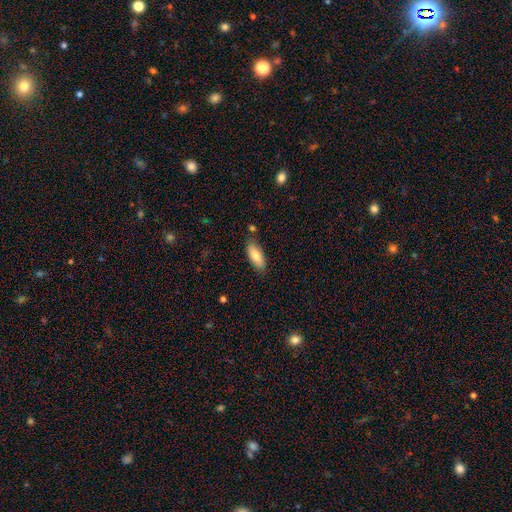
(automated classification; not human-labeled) A smooth galaxy with no disk features (78%) that is in between round and cigar-shaped (74%). Merging: none (81%).